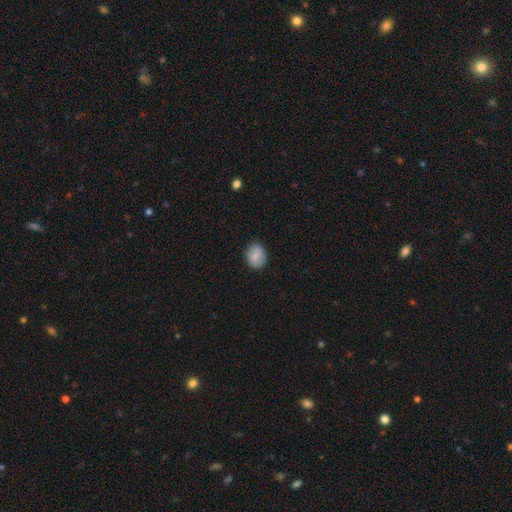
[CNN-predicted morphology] Smooth or featured? smooth (79%)
How rounded? round (58%)
Merging? none (85%)